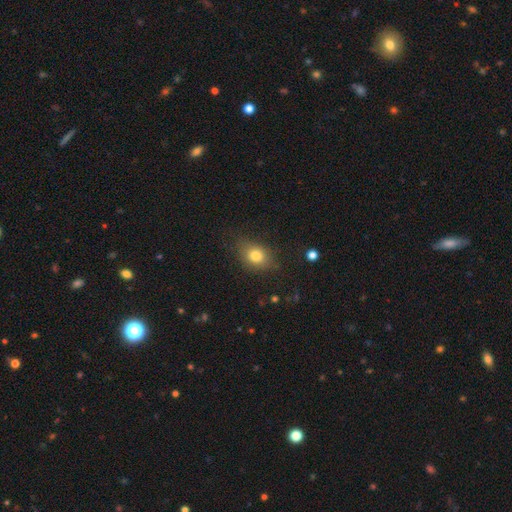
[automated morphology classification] Smooth or featured? smooth (80%)
How rounded? in between (57%)
Merging? none (74%)